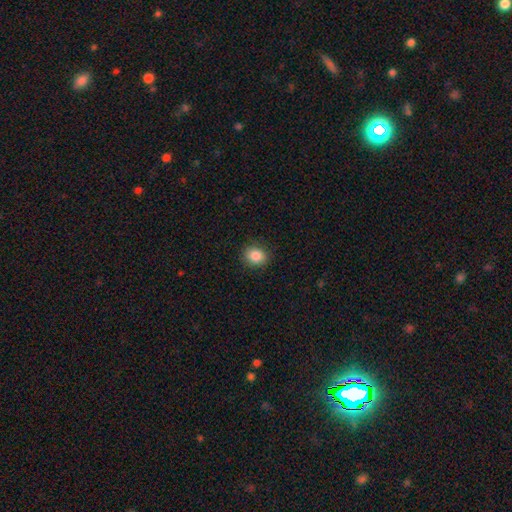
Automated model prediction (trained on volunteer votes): Morphology: type=smooth (85%); roundness=round (67%); merging=none (89%).